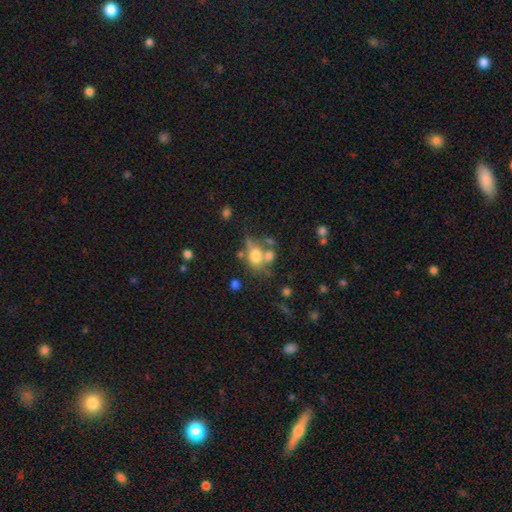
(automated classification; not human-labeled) This is likely a smooth galaxy (67%). How rounded: likely in between (63%). Merging: marginally none (38%).